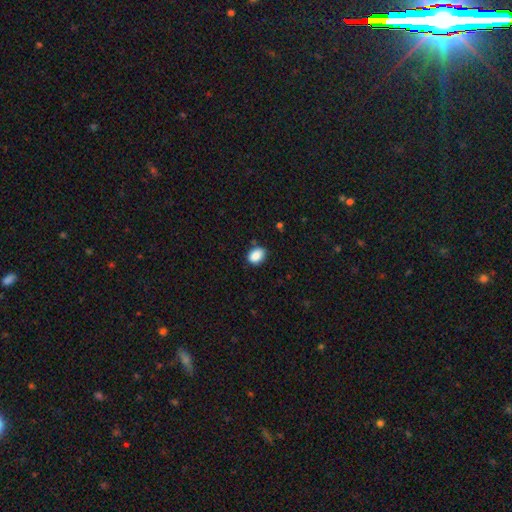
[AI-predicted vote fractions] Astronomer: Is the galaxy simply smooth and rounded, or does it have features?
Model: smooth — 88%.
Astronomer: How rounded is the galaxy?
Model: in between — 71%.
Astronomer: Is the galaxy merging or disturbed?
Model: none — 78%.